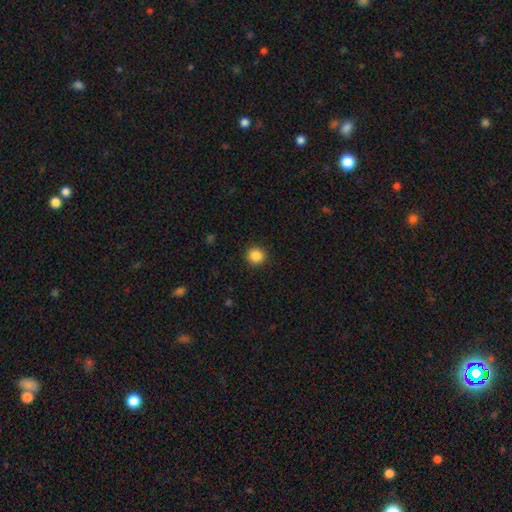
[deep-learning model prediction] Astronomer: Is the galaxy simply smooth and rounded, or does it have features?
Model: smooth — 87%.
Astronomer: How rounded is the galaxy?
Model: round — 94%.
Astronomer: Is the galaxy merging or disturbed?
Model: none — 92%.